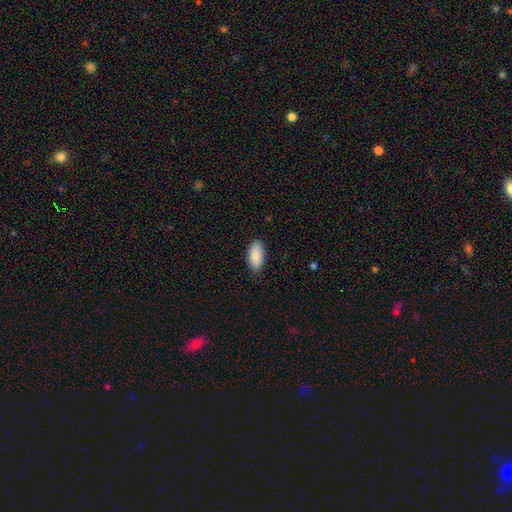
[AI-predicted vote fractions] The model was most divided on "merging": none: 81%, minor disturbance: 16%, major disturbance: 2%, merger: 1%. More confident: how rounded — in between (91%); smooth or featured — smooth (87%).